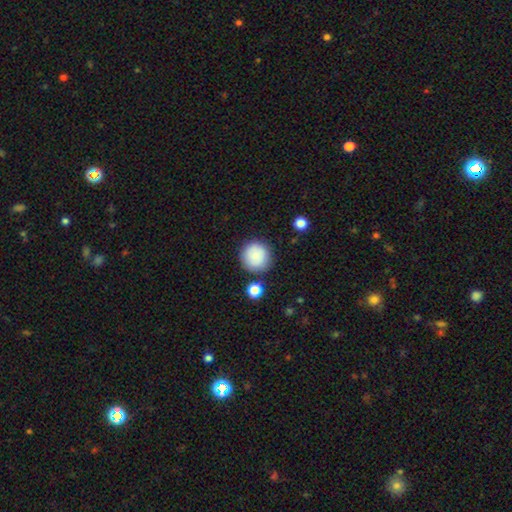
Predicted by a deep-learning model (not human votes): This appears to be a smooth galaxy with no disk features (85%) that is round (95%). Merging: none (85%).